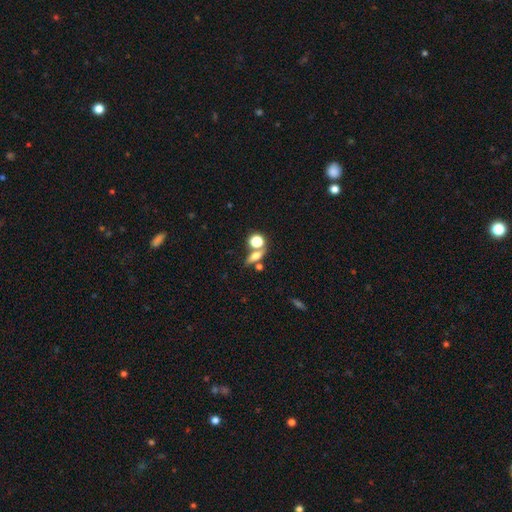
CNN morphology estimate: smooth_or_featured: smooth (p=0.56) [alt: featured or disk p=0.27]
how_rounded: in between (p=0.40) [alt: round p=0.32]
merging: none (p=0.57) [alt: merger p=0.27]